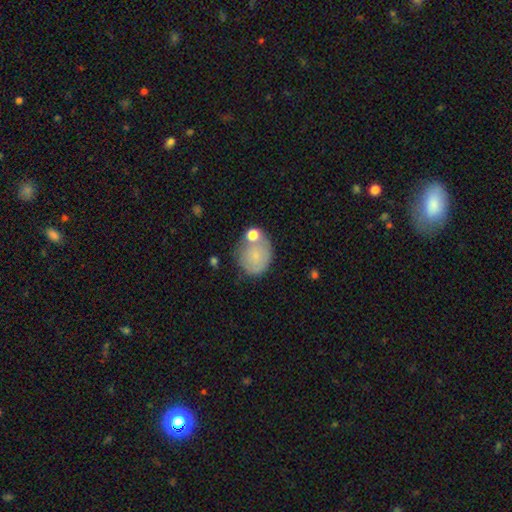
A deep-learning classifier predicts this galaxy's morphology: smooth-or-featured: smooth: 67% | featured or disk: 25% | star or artifact: 9%
  how-rounded: round: 70% | in between: 29% | cigar-shaped: 1%
  merging: none: 52% | minor disturbance: 22% | merger: 17% | major disturbance: 9%